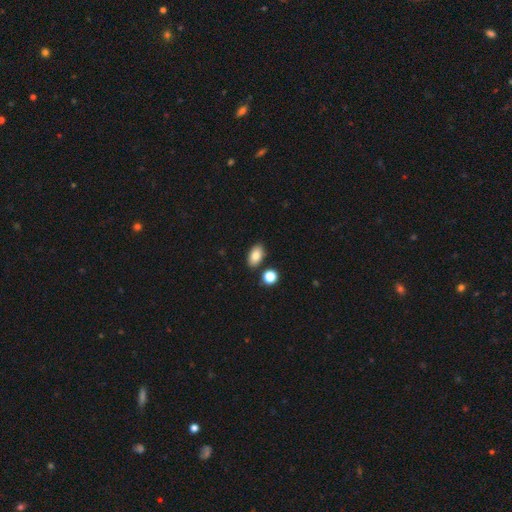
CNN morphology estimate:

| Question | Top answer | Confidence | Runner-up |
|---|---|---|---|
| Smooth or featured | smooth | 85% | star or artifact (8%) |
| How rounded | in between | 92% | round (6%) |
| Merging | none | 84% | minor disturbance (9%) |